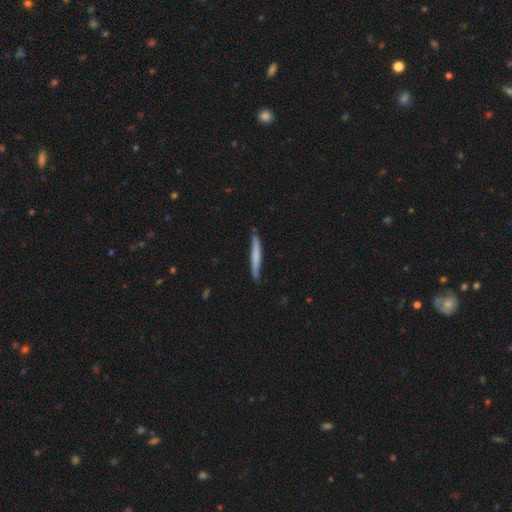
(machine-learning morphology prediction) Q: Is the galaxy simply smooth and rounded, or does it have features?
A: smooth — 62%.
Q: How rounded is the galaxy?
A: cigar-shaped — 96%.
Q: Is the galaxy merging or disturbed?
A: none — 82%.